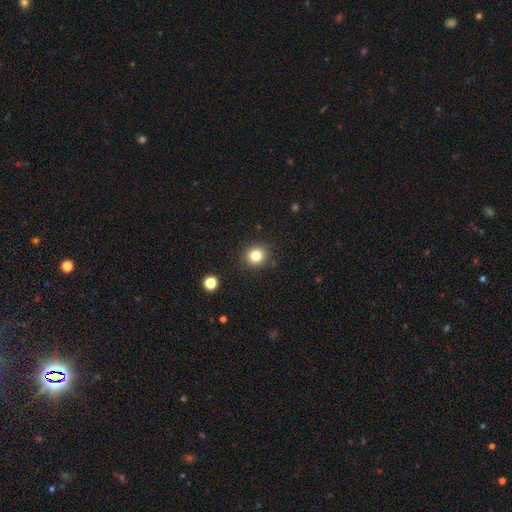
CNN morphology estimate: type=smooth (82%); roundness=round (89%); merging=none (90%).